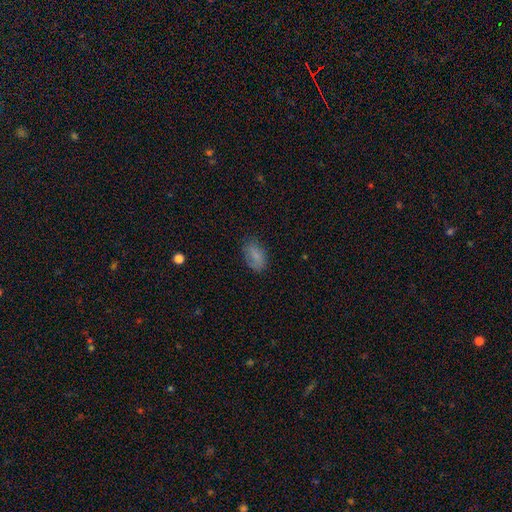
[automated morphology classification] smooth 81%, featured or disk 10%, star or artifact 9%. Down the decision tree: how rounded — in between (91%); merging — none (70%).